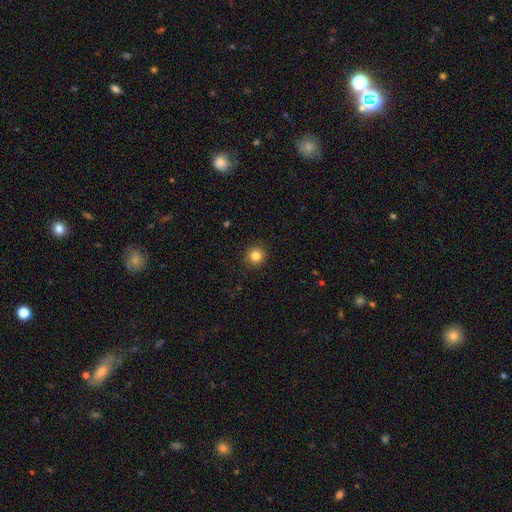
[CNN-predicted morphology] Overall: smooth (84%). How rounded: round (92%). Merging: none (91%).